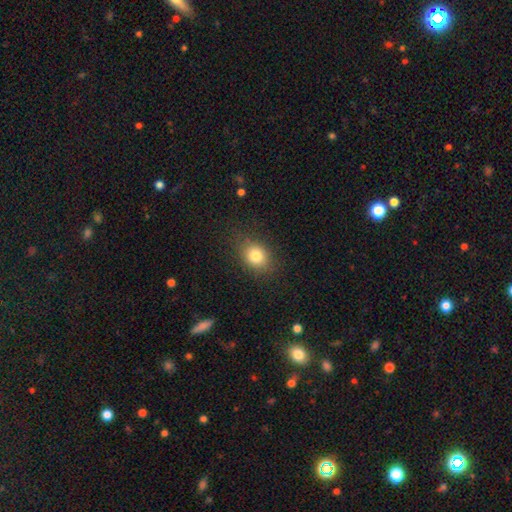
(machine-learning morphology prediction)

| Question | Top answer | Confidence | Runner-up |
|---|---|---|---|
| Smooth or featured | smooth | 80% | star or artifact (11%) |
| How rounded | in between | 54% | round (45%) |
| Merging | none | 81% | minor disturbance (13%) |